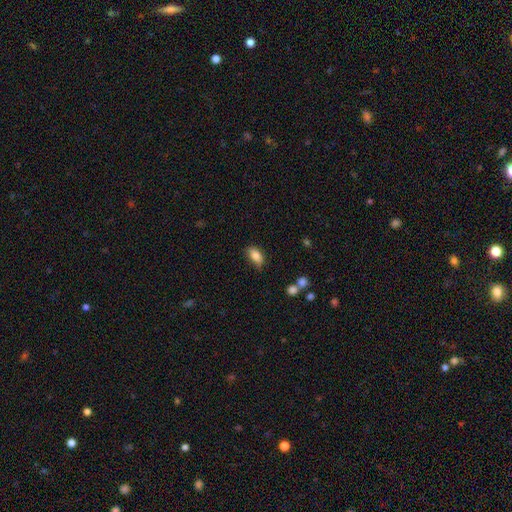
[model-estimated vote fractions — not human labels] Smooth or featured? smooth (82%)
How rounded? in between (89%)
Merging? none (69%)